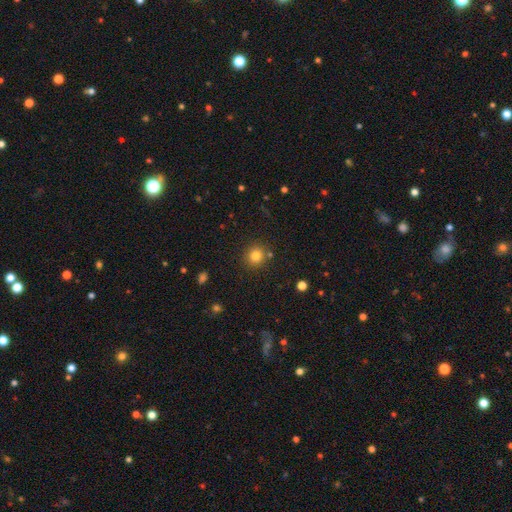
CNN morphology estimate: Smooth or featured?
  - smooth: 81% *
  - star or artifact: 13%
  - featured or disk: 6%
How rounded?
  - round: 90% *
  - in between: 9%
  - cigar-shaped: 1%
Merging?
  - none: 84% *
  - minor disturbance: 8%
  - merger: 6%
  - major disturbance: 3%